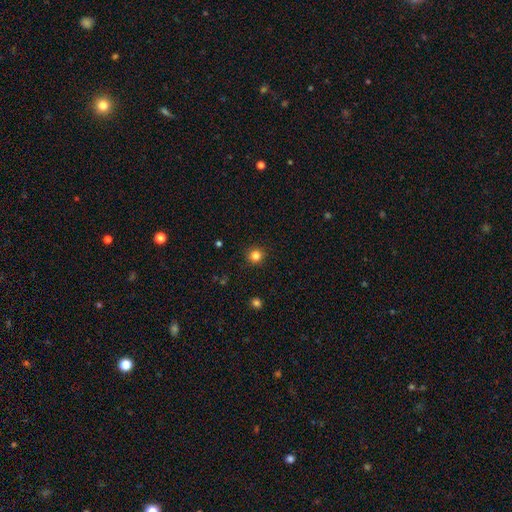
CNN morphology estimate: smooth 82%, star or artifact 13%, featured or disk 5%. Down the decision tree: how rounded — round (93%); merging — none (92%).